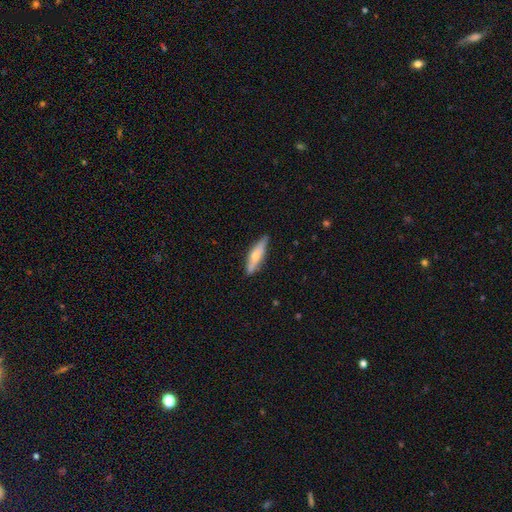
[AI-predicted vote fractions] Q: Smooth or featured?
A: smooth (50%); runner-up: featured or disk (44%)
Q: Merging?
A: none (79%); runner-up: minor disturbance (16%)